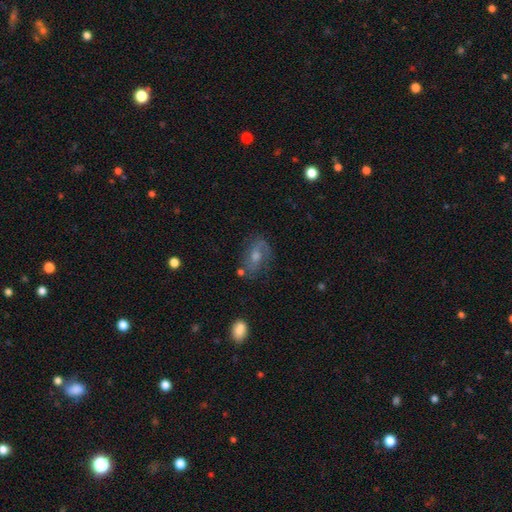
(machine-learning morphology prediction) This appears to be a featured or disk galaxy (61%) with no bar (48%), spiral arms (82%) and a moderate central bulge (63%). Merging: none (71%).